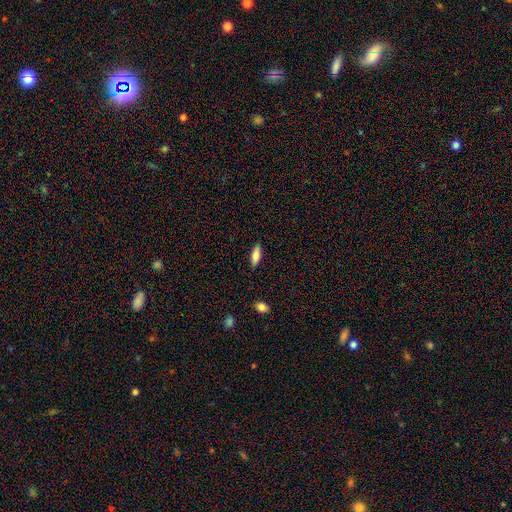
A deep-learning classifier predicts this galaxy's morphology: Smooth or featured: smooth — 81% (featured or disk — 13%)
How rounded: in between — 64% (cigar-shaped — 34%)
Merging: none — 87% (minor disturbance — 9%)